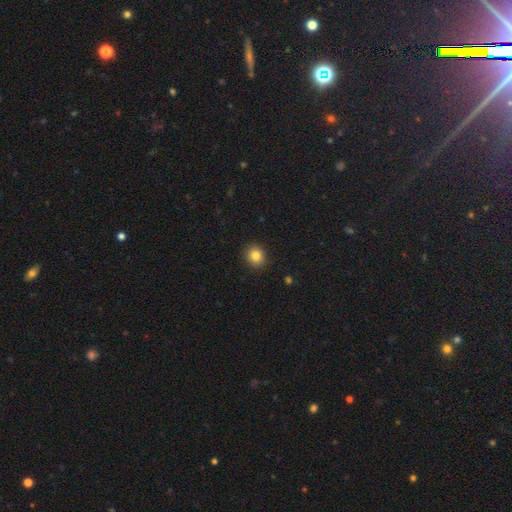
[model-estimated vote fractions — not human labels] This appears to be a smooth galaxy with no disk features (83%) that is round (83%). Merging: none (92%).